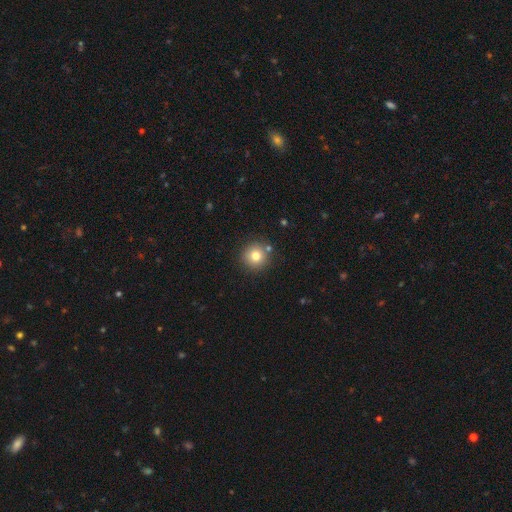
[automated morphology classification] A smooth galaxy with no disk features (78%) that is round (94%).

Vote fractions:
- Smooth or featured? smooth: 78% / star or artifact: 12% / featured or disk: 9%
- How rounded? round: 94% / in between: 5% / cigar-shaped: 1%
- Merging? none: 84% / minor disturbance: 8% / merger: 6% / major disturbance: 2%